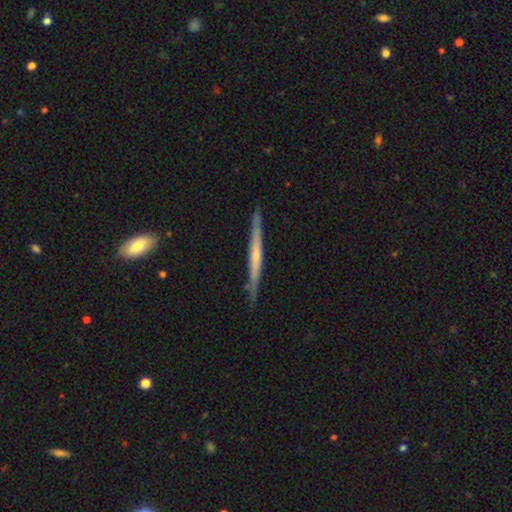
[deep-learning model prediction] Smooth or featured? featured or disk (63%)
Edge-on disk? yes (97%)
Edge-on bulge? none (64%)
Merging? none (86%)